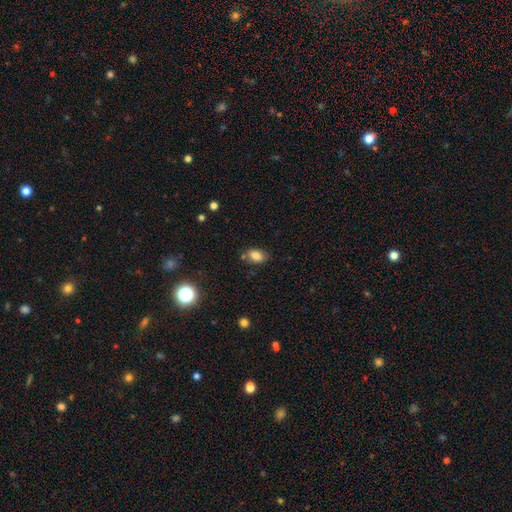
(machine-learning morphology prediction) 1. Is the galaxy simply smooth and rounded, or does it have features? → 82% smooth, 11% star or artifact, 8% featured or disk.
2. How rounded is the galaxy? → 83% in between, 15% round, 2% cigar-shaped.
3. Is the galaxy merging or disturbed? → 75% none, 15% minor disturbance, 7% merger, 3% major disturbance.